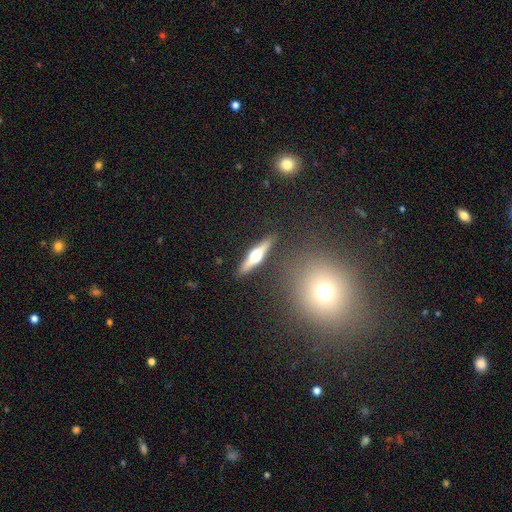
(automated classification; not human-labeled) Smooth or featured? Predicted: featured or disk (p=0.64). Edge-on disk? Predicted: yes (p=0.96). Edge-on bulge? Predicted: rounded (p=0.95). Merging? Predicted: none (p=0.88).